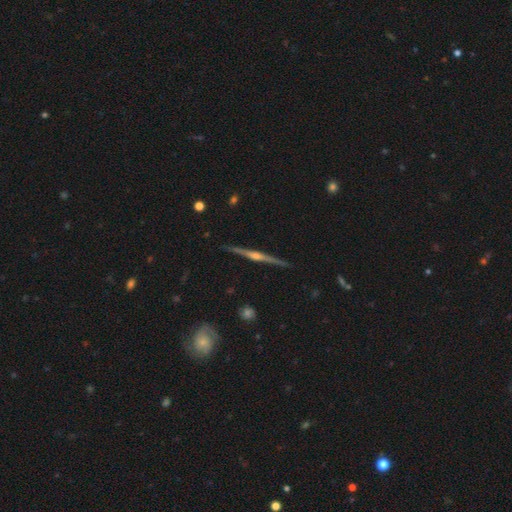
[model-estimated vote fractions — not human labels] Overall: featured or disk (87%). Edge-on disk: yes (99%). Edge-on bulge: rounded (88%). Merging: none (91%).